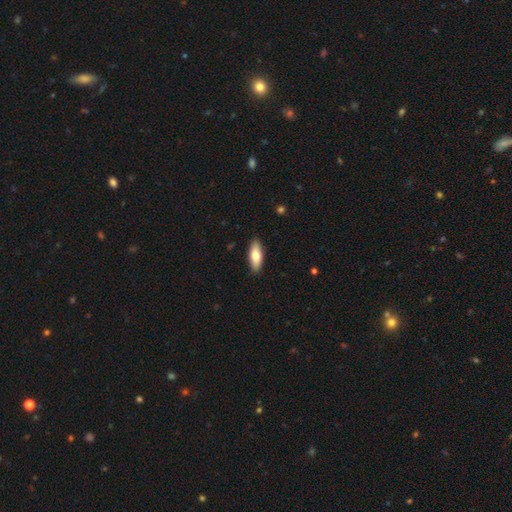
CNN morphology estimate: This appears to be a smooth galaxy with no disk features (74%) that is in between round and cigar-shaped (70%). Merging: none (89%).